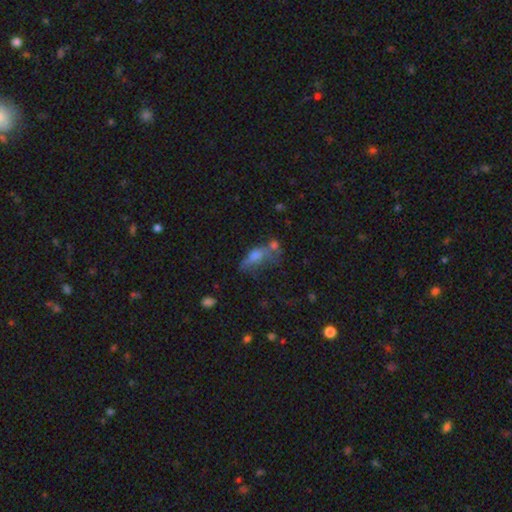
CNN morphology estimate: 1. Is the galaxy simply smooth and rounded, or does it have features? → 50% smooth, 33% featured or disk, 18% star or artifact.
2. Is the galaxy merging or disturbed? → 34% none, 25% merger, 21% minor disturbance, 20% major disturbance.